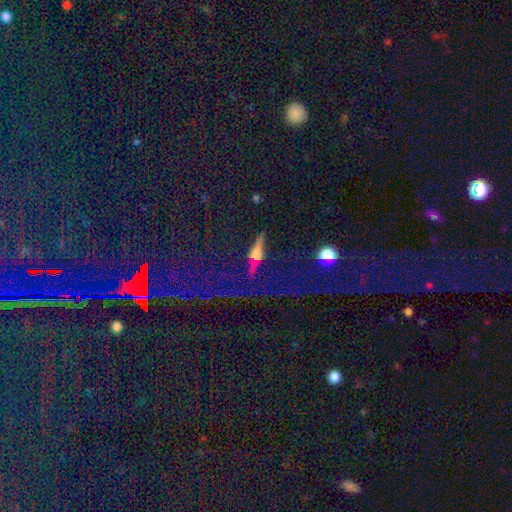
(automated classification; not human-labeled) featured or disk 53%, smooth 25%, star or artifact 22%. Down the decision tree: edge-on disk — yes (88%); merging — none (80%).